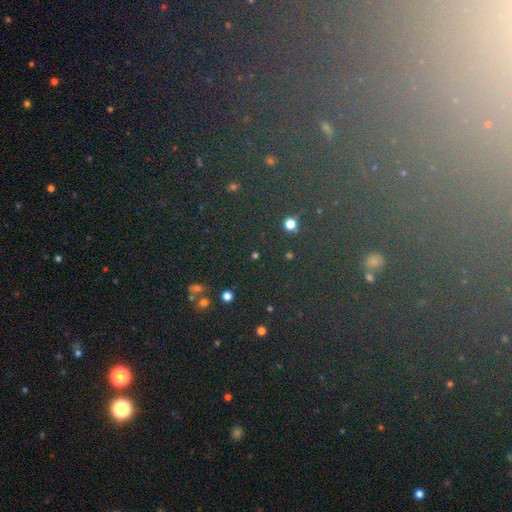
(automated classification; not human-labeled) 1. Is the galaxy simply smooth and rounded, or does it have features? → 64% star or artifact, 26% smooth, 10% featured or disk.